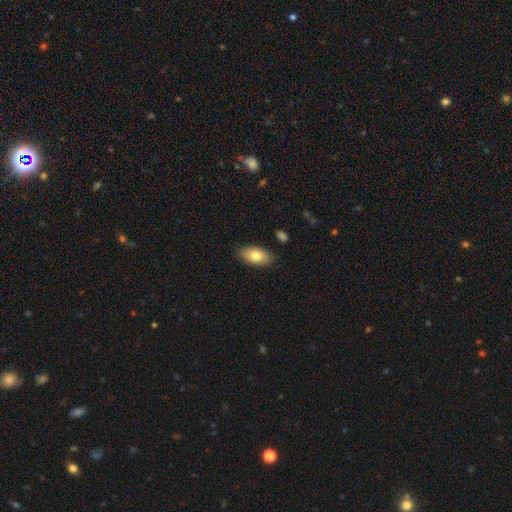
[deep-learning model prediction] Smooth or featured? Predicted: smooth (p=0.77). How rounded? Predicted: in between (p=0.92). Merging? Predicted: none (p=0.85).